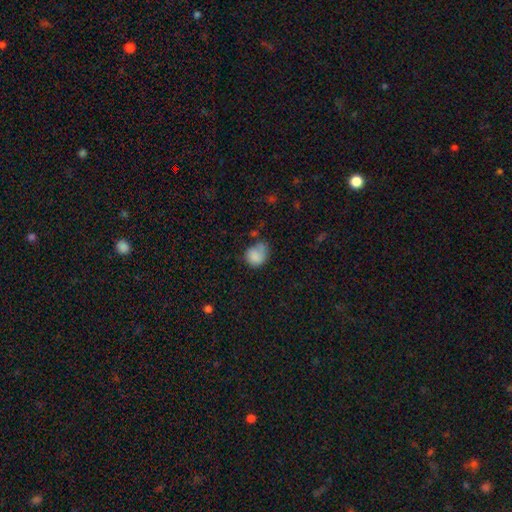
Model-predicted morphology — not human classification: smooth_or_featured: smooth (p=0.80) [alt: featured or disk p=0.12]
how_rounded: round (p=0.61) [alt: in between p=0.38]
merging: none (p=0.42) [alt: minor disturbance p=0.34]